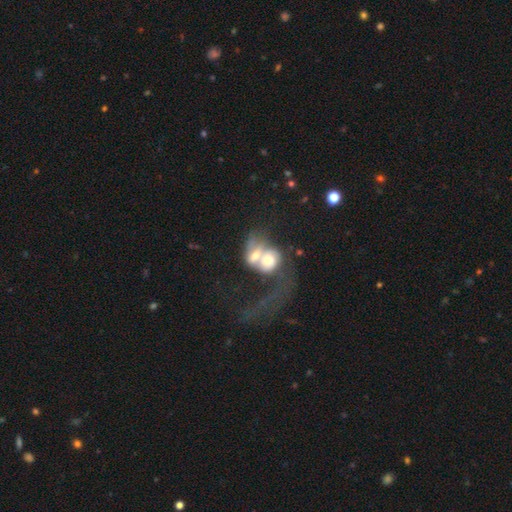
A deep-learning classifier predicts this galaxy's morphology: Smooth or featured? smooth (47%)
Merging? merger (78%)